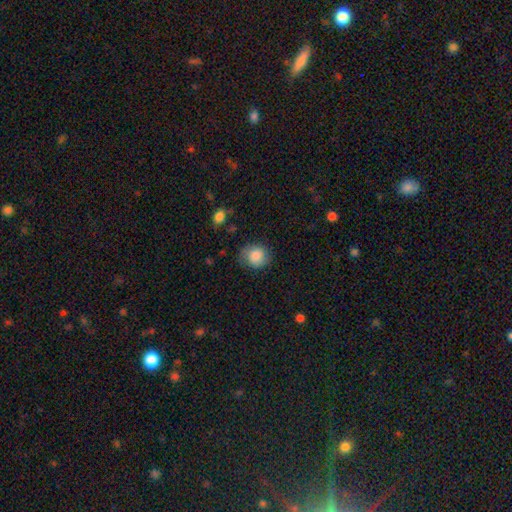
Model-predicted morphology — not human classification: type=smooth (82%); roundness=round (73%); merging=none (72%).